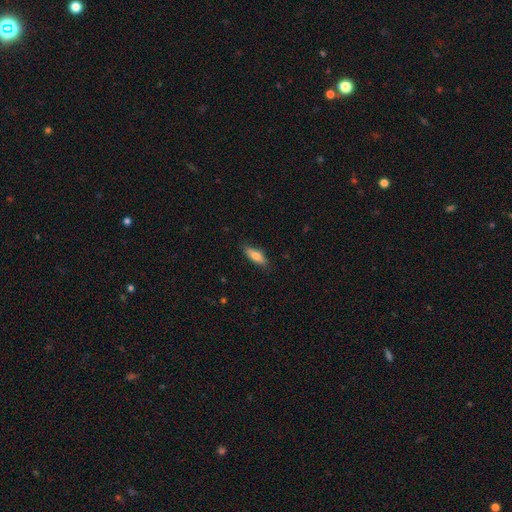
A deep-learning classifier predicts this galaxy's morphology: Q: Smooth or featured?
A: smooth (75%); runner-up: featured or disk (19%)
Q: How rounded?
A: in between (56%); runner-up: cigar-shaped (42%)
Q: Merging?
A: none (84%); runner-up: minor disturbance (12%)